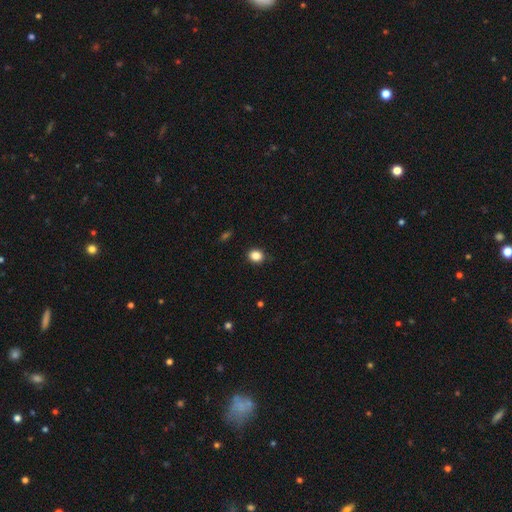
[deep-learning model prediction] Q: Smooth or featured?
A: smooth (86%); runner-up: star or artifact (10%)
Q: How rounded?
A: round (66%); runner-up: in between (33%)
Q: Merging?
A: none (87%); runner-up: minor disturbance (10%)